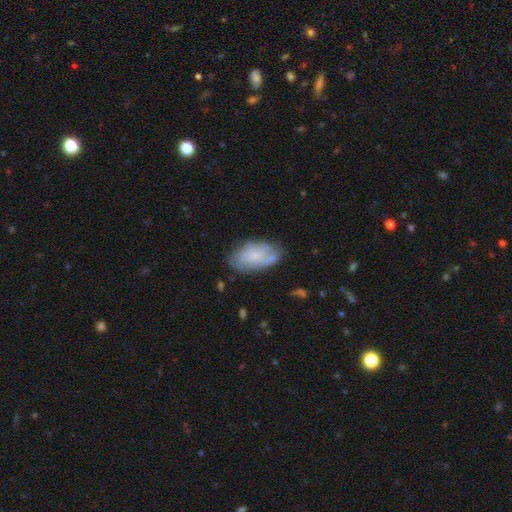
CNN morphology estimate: Smooth or featured: smooth — 52% (featured or disk — 41%)
How rounded: in between — 93% (round — 4%)
Merging: none — 65% (minor disturbance — 25%)